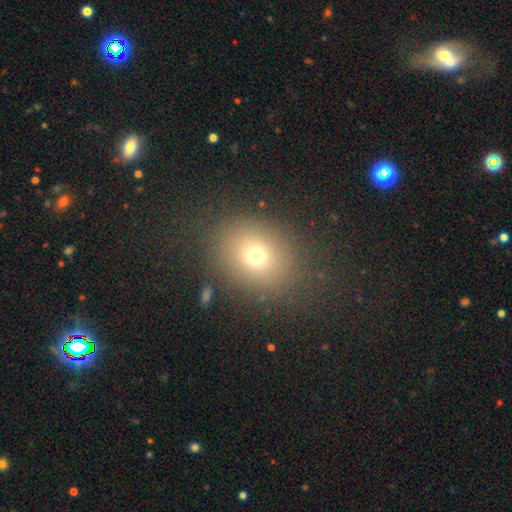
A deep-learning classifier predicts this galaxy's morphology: smooth 70%, star or artifact 18%, featured or disk 12%. Down the decision tree: how rounded — round (62%); merging — none (81%).